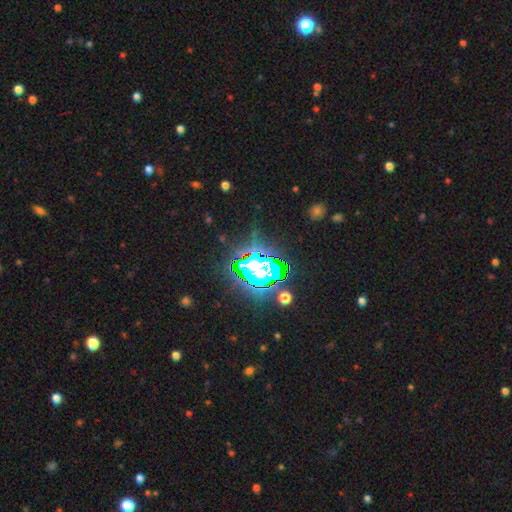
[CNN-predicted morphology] type=star or artifact (79%).